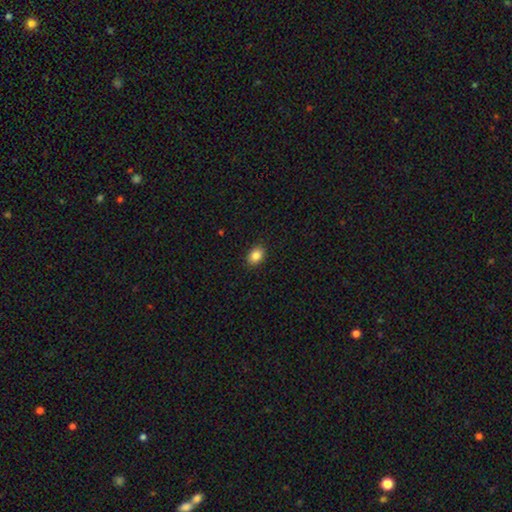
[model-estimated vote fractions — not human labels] Morphology: type=smooth (87%); roundness=in between (73%); merging=none (89%).